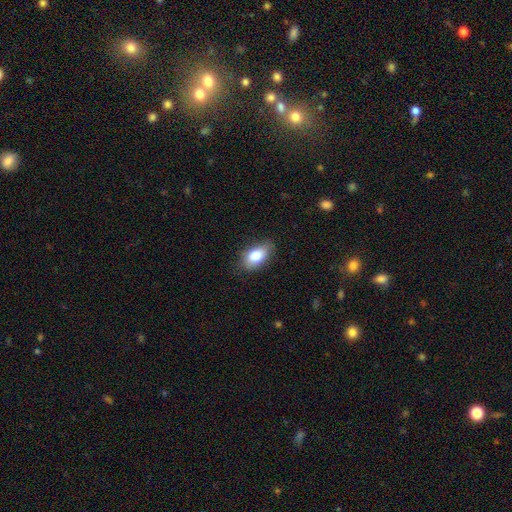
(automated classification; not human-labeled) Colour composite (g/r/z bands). It shows a smooth galaxy with no disk features (81%) that is in between round and cigar-shaped (89%). Merging: none (76%).